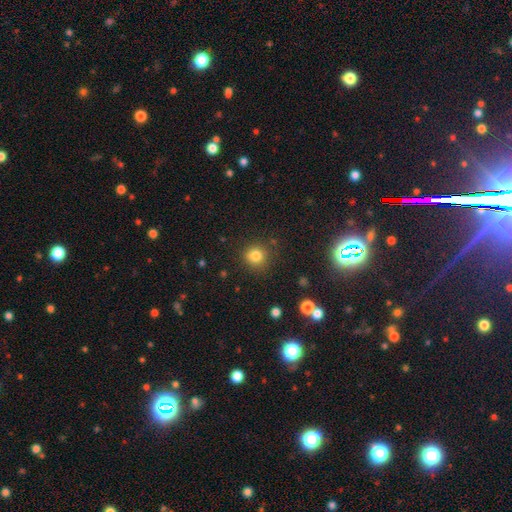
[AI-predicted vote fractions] This is clearly a smooth galaxy (81%). How rounded: clearly round (89%). Merging: clearly none (83%).